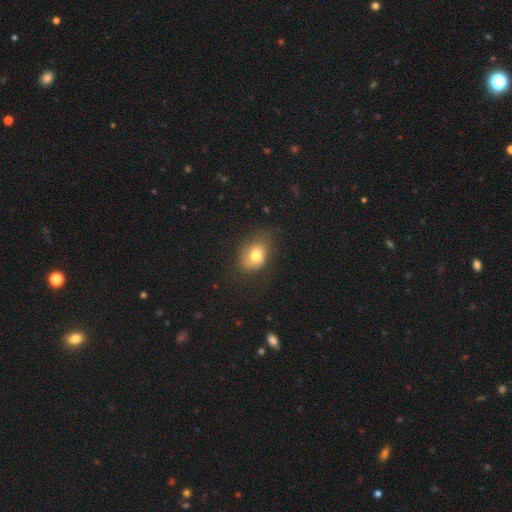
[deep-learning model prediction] Smooth or featured? Predicted: smooth (p=0.71). How rounded? Predicted: in between (p=0.60). Merging? Predicted: none (p=0.52).